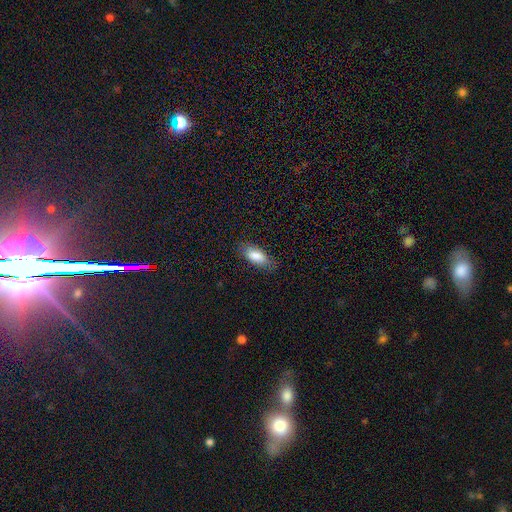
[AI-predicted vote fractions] This is clearly a smooth galaxy (83%). How rounded: clearly in between (82%). Merging: likely none (80%).